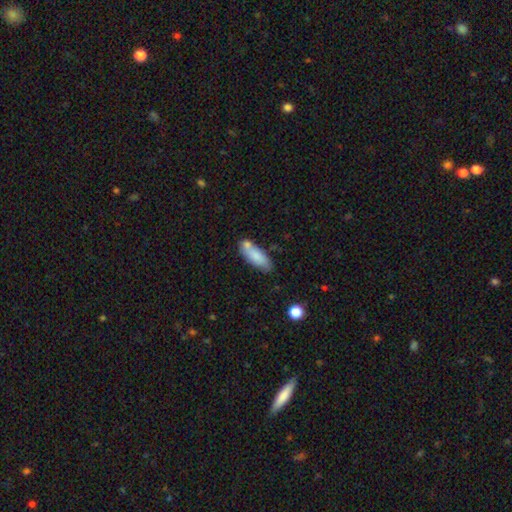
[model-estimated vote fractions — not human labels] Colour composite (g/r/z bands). It shows a smooth galaxy with no disk features (80%) that is in between round and cigar-shaped (63%). Merging: none (62%).